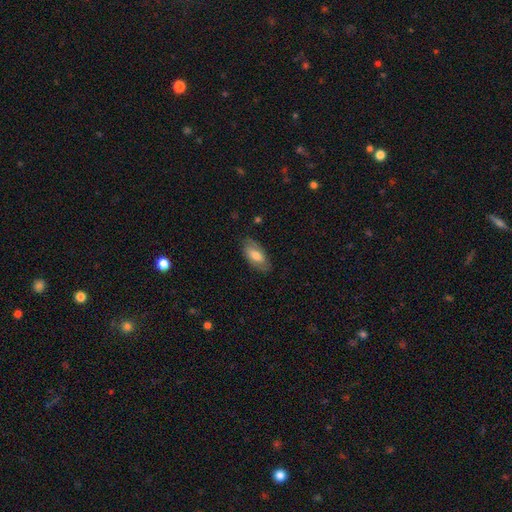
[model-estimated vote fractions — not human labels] This is possibly a smooth galaxy (58%). How rounded: clearly in between (91%). Merging: likely none (78%).